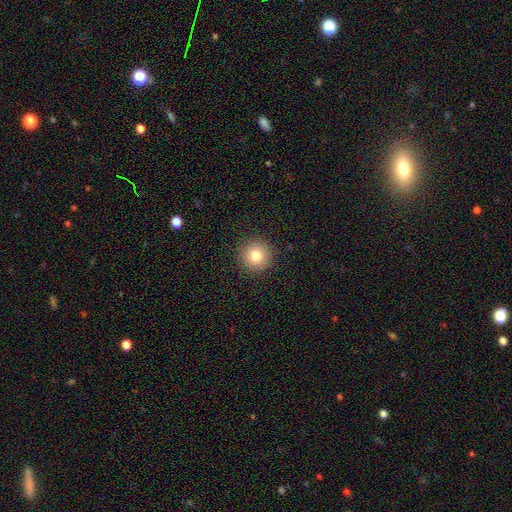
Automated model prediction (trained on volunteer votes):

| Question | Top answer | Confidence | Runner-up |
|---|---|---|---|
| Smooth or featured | smooth | 81% | star or artifact (11%) |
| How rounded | round | 95% | in between (4%) |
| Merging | none | 92% | minor disturbance (5%) |